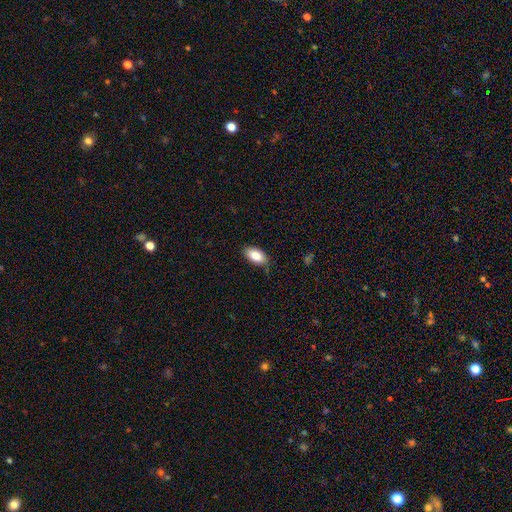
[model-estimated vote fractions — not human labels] smooth-or-featured: smooth: 86% | featured or disk: 7% | star or artifact: 7%
  how-rounded: in between: 93% | round: 4% | cigar-shaped: 3%
  merging: none: 78% | minor disturbance: 18% | major disturbance: 3% | merger: 1%